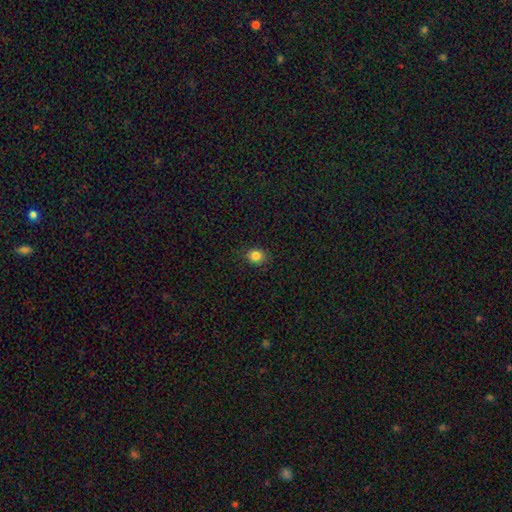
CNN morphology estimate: A smooth galaxy with no disk features (83%) that is round (66%). Merging: none (87%).